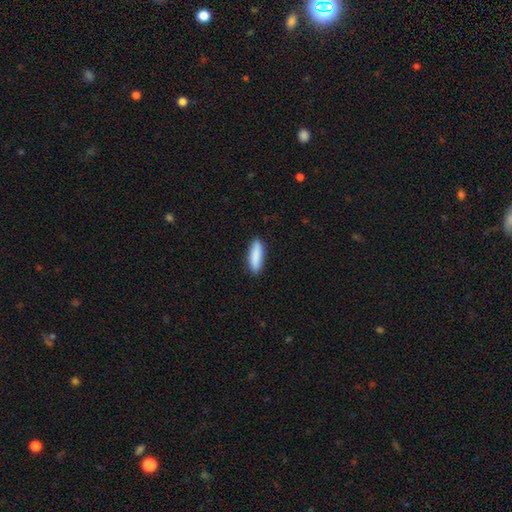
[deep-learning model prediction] This appears to be a smooth galaxy with no disk features (90%) that is in between round and cigar-shaped (53%). Merging: none (88%).